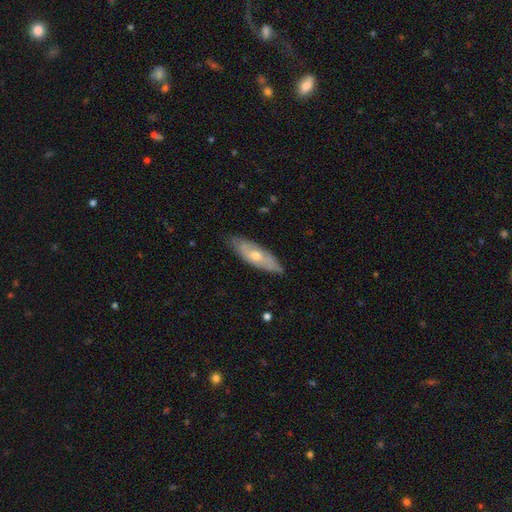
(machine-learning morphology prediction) A featured or disk galaxy (53%).

Vote fractions:
- Smooth or featured? featured or disk: 53% / smooth: 40% / star or artifact: 6%
- Edge-on disk? no: 67% / yes: 33%
- Merging? none: 76% / minor disturbance: 19% / major disturbance: 3% / merger: 1%